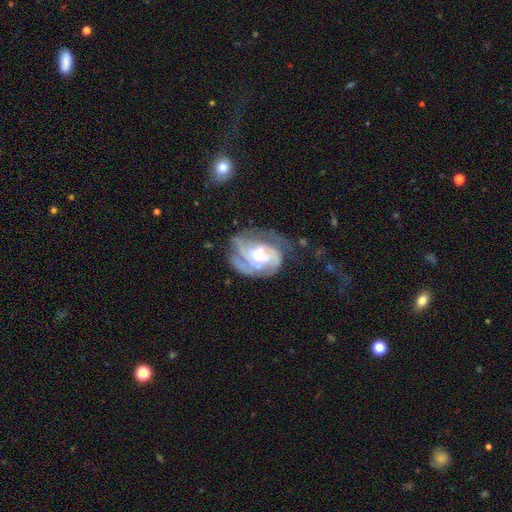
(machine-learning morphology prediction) The model was most divided on "spiral winding": tight: 45%, medium: 39%, loose: 15%. Remaining: edge-on disk — no (97%); spiral arms — yes (89%); smooth or featured — featured or disk (80%); bulge size — moderate (56%); bar — no (55%); merging — none (47%); spiral arm count — can't tell (34%).